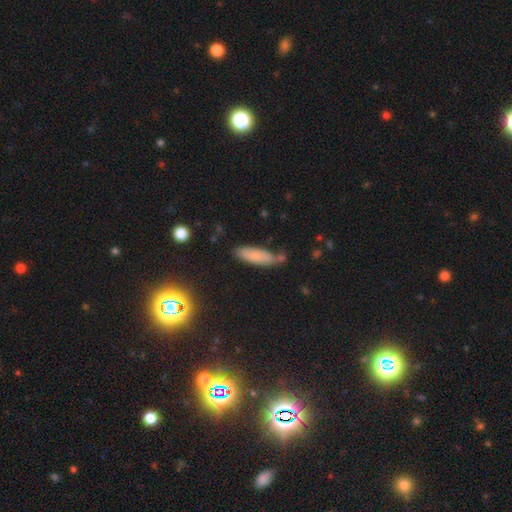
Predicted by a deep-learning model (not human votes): A smooth galaxy with no disk features (77%) that is cigar-shaped (51%). Merging: none (69%).